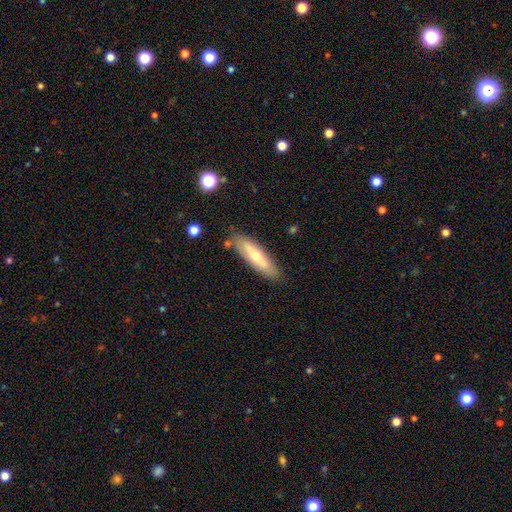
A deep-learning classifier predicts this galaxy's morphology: type=smooth (55%); roundness=cigar-shaped (67%); merging=none (82%).